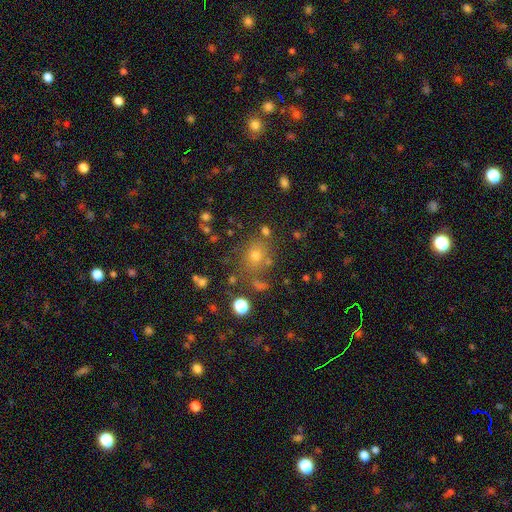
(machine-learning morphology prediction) Smooth or featured: smooth — 63% (star or artifact — 26%)
How rounded: round — 68% (in between — 31%)
Merging: none — 75% (minor disturbance — 12%)